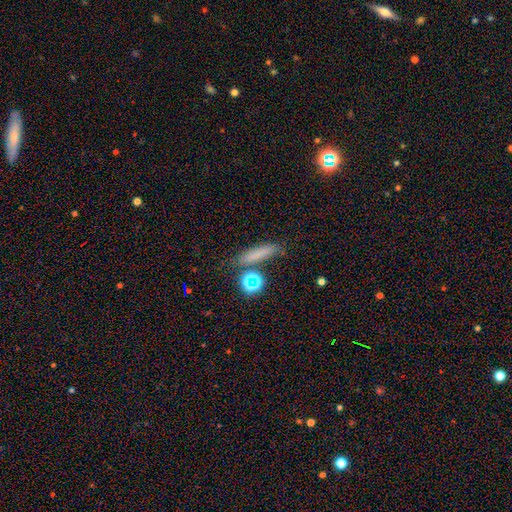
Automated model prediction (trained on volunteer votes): smooth 70%, star or artifact 17%, featured or disk 14%. Down the decision tree: how rounded — cigar-shaped (76%); merging — none (77%).